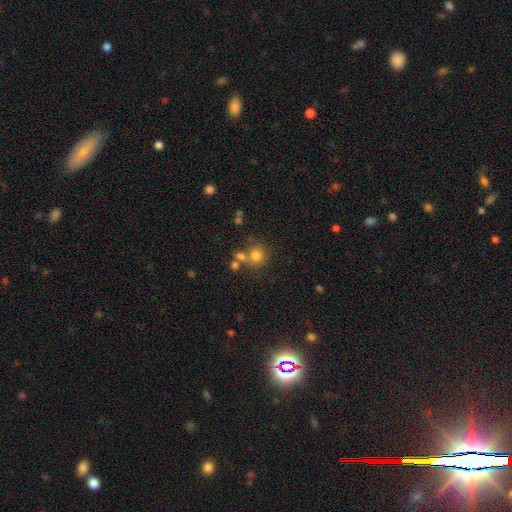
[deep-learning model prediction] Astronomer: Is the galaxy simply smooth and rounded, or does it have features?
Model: smooth — 76%.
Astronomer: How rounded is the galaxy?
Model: round — 87%.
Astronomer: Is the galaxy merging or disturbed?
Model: none — 63%.